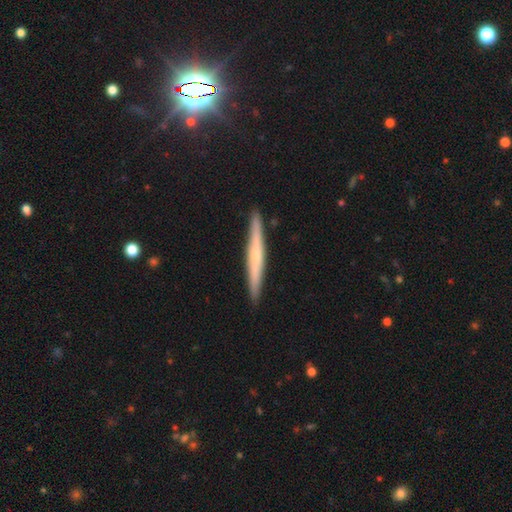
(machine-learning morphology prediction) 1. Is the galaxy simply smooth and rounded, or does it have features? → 56% featured or disk, 37% smooth, 6% star or artifact.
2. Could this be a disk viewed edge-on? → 96% yes, 4% no.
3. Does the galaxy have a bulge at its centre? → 47% rounded, 46% none, 7% boxy.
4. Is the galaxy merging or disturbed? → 91% none, 6% minor disturbance, 1% major disturbance, 1% merger.